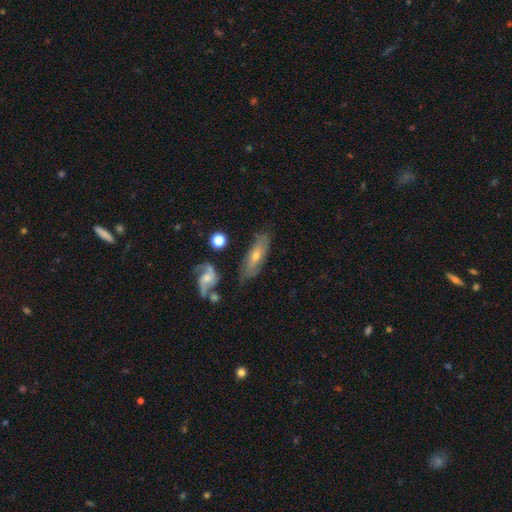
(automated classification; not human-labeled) A featured or disk galaxy (53%).

Vote fractions:
- Smooth or featured? featured or disk: 53% / smooth: 39% / star or artifact: 8%
- Edge-on disk? no: 68% / yes: 32%
- Merging? none: 67% / minor disturbance: 20% / major disturbance: 7% / merger: 6%